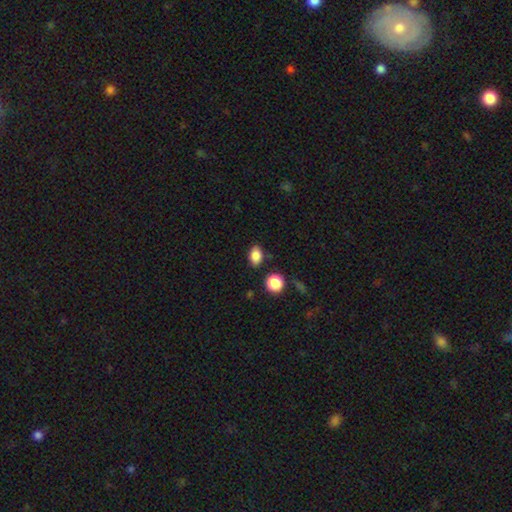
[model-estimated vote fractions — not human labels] The model was most divided on "how rounded": in between: 80%, round: 19%, cigar-shaped: 2%. More confident: smooth or featured — smooth (86%); merging — none (81%).